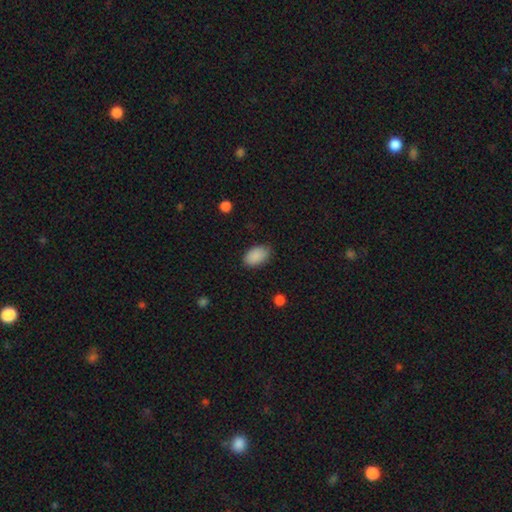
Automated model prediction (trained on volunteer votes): Morphology: type=smooth (90%); roundness=in between (93%); merging=none (84%).